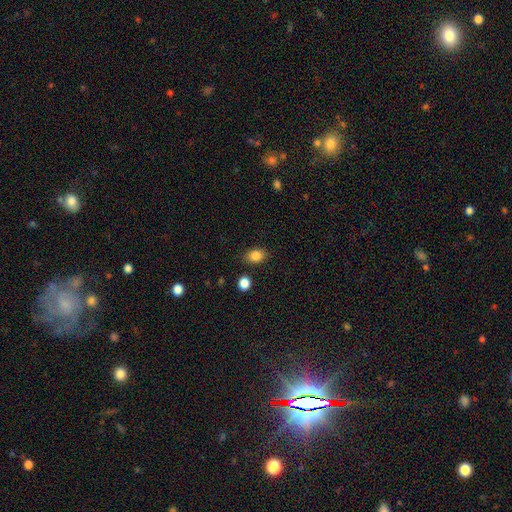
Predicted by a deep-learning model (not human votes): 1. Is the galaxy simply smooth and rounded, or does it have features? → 84% smooth, 10% star or artifact, 6% featured or disk.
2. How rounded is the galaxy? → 72% in between, 27% round, 2% cigar-shaped.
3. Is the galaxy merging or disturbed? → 84% none, 11% minor disturbance, 3% merger, 3% major disturbance.